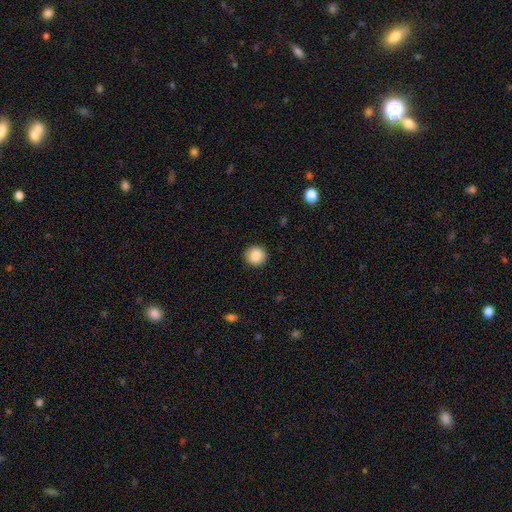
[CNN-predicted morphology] Smooth or featured? smooth (86%)
How rounded? round (93%)
Merging? none (91%)